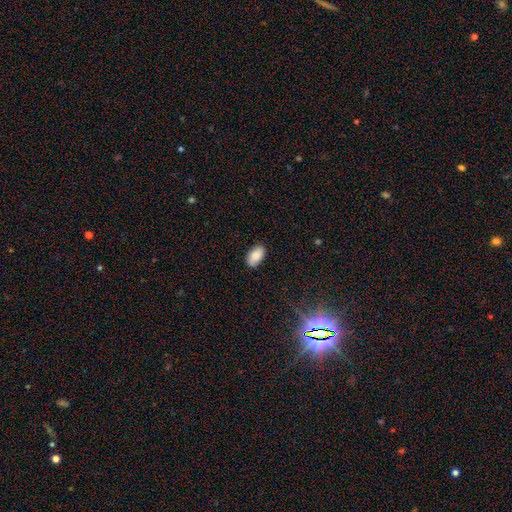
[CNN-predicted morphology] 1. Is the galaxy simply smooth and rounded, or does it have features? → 86% smooth, 7% star or artifact, 7% featured or disk.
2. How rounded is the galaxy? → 94% in between, 4% round, 2% cigar-shaped.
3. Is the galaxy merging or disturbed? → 86% none, 11% minor disturbance, 2% major disturbance, 1% merger.